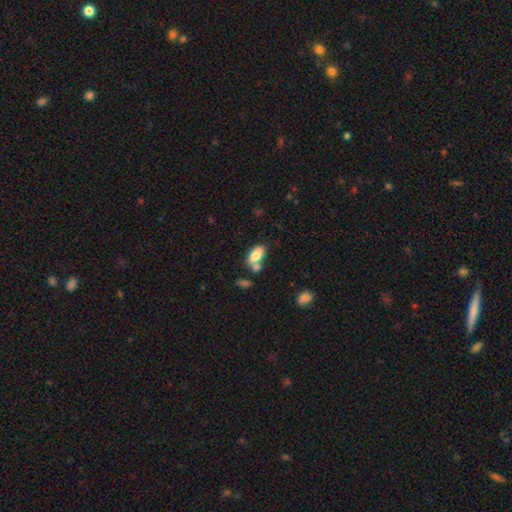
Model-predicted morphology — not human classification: A smooth galaxy with no disk features (76%) that is in between round and cigar-shaped (90%). Merging: none (42%).